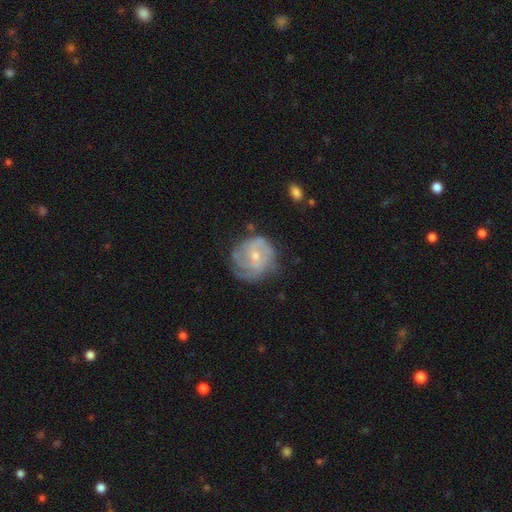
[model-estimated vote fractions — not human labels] Q: Smooth or featured?
A: featured or disk (71%); runner-up: smooth (22%)
Q: Edge-on disk?
A: no (98%); runner-up: yes (2%)
Q: Bar?
A: no (66%); runner-up: weak (29%)
Q: Spiral arms?
A: yes (84%); runner-up: no (16%)
Q: Spiral winding?
A: tight (53%); runner-up: medium (33%)
Q: Spiral arm count?
A: can't tell (41%); runner-up: 3 (21%)
Q: Bulge size?
A: small (56%); runner-up: moderate (40%)
Q: Merging?
A: none (61%); runner-up: minor disturbance (24%)